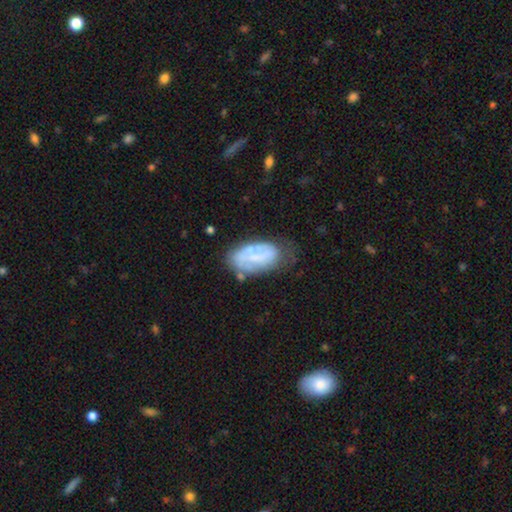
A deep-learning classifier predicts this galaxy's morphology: Smooth or featured? Predicted: featured or disk (p=0.53). Edge-on disk? Predicted: no (p=0.94). Merging? Predicted: none (p=0.49).